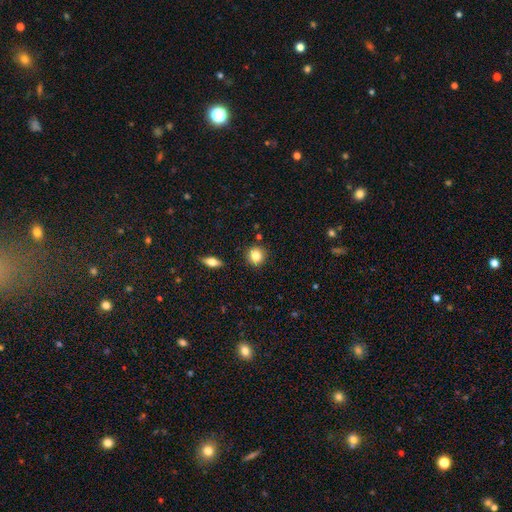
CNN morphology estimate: A smooth galaxy with no disk features (84%) that is round (87%). Merging: none (89%).